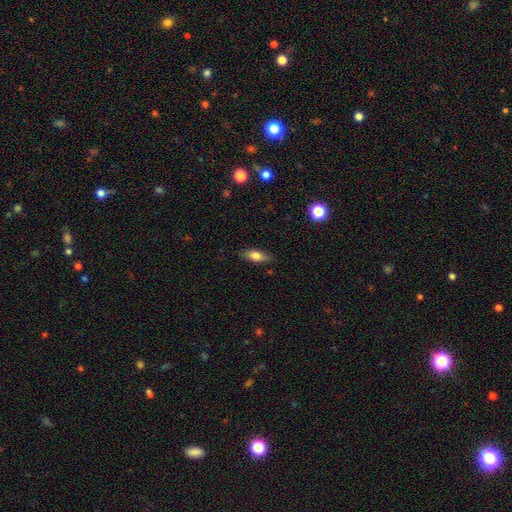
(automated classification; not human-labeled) This appears to be a smooth galaxy with no disk features (76%) that is in between round and cigar-shaped (72%). Merging: none (85%).